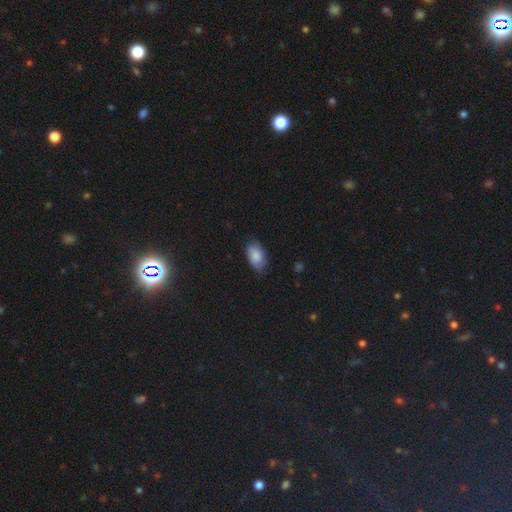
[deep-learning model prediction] A smooth galaxy with no disk features (86%) that is in between round and cigar-shaped (93%). Merging: none (78%).